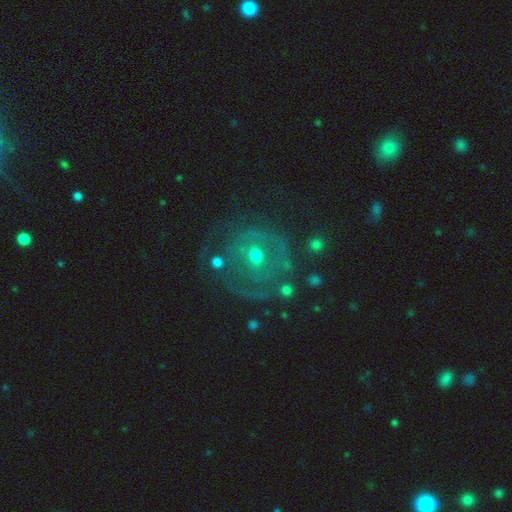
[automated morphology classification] Smooth or featured: featured or disk — 67% (smooth — 21%)
Edge-on disk: no — 97% (yes — 3%)
Bar: no — 74% (weak — 20%)
Spiral arms: yes — 56% (no — 44%)
Bulge size: moderate — 54% (small — 40%)
Merging: none — 62% (minor disturbance — 18%)